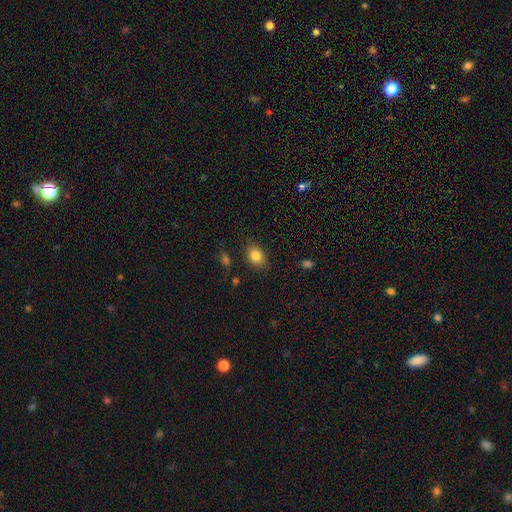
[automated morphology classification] Smooth or featured? smooth (84%)
How rounded? in between (73%)
Merging? none (83%)